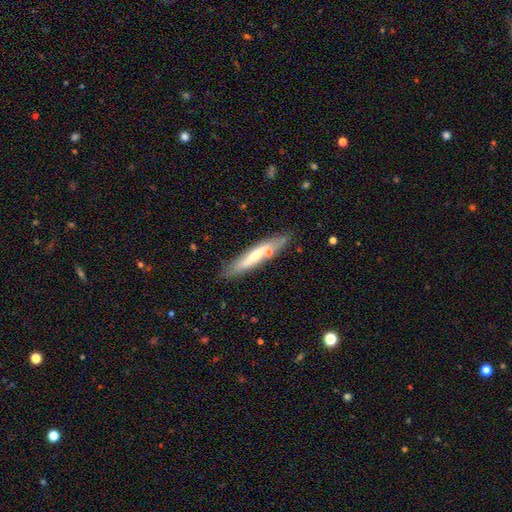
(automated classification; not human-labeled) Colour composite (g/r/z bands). It shows a featured or disk galaxy (53%) viewed edge-on (72%). Merging: none (75%).